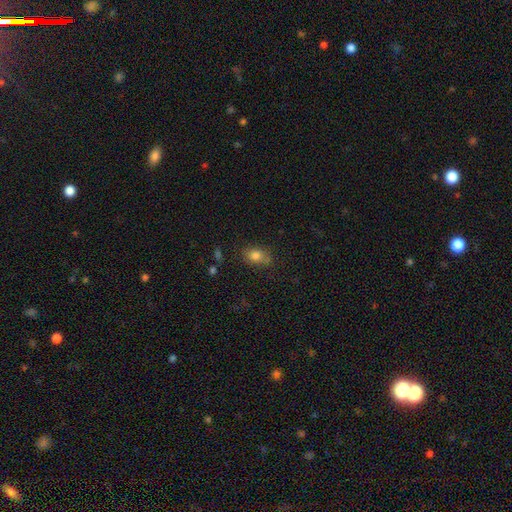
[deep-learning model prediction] Smooth or featured?
  - smooth: 80% *
  - star or artifact: 10%
  - featured or disk: 10%
How rounded?
  - in between: 73% *
  - round: 25%
  - cigar-shaped: 2%
Merging?
  - none: 71% *
  - minor disturbance: 20%
  - major disturbance: 5%
  - merger: 4%